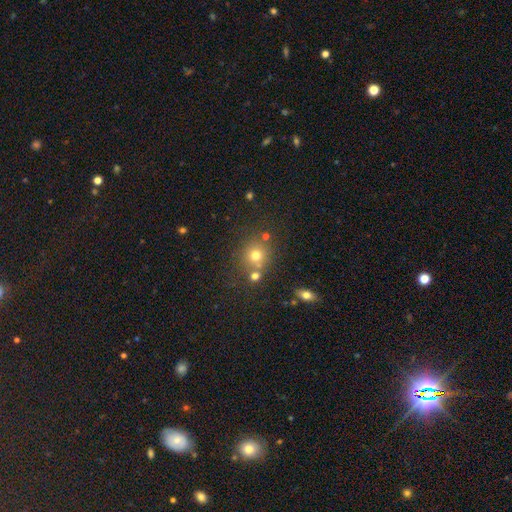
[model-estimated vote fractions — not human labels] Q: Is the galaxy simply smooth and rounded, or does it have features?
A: smooth — 71%.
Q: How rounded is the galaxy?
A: round — 86%.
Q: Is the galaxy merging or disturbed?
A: none — 67%.